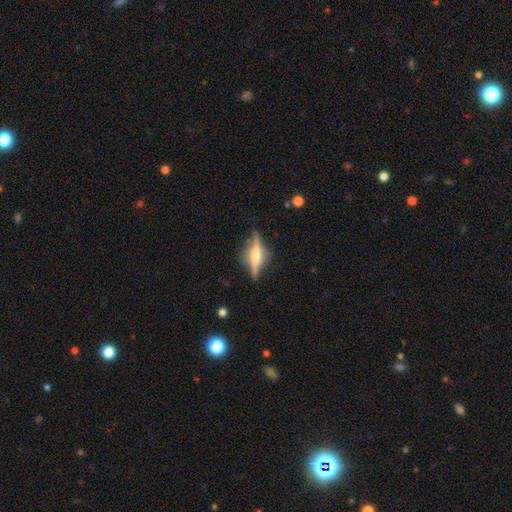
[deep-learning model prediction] A featured or disk galaxy (70%) viewed edge-on (93%) with a rounded central bulge (74%). Merging: none (80%).